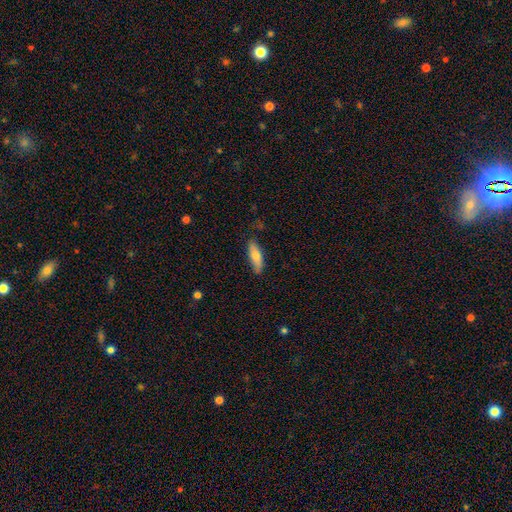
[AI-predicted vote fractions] smooth-or-featured: smooth: 73% | featured or disk: 21% | star or artifact: 6%
  how-rounded: in between: 54% | cigar-shaped: 44% | round: 2%
  merging: none: 83% | minor disturbance: 14% | major disturbance: 2% | merger: 1%